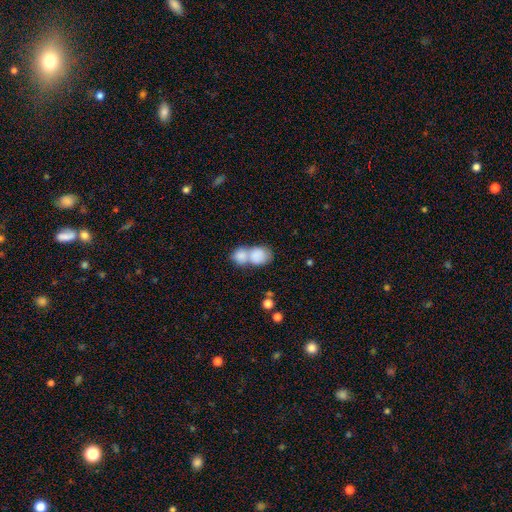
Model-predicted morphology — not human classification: Smooth or featured? smooth (82%)
How rounded? in between (55%)
Merging? merger (73%)